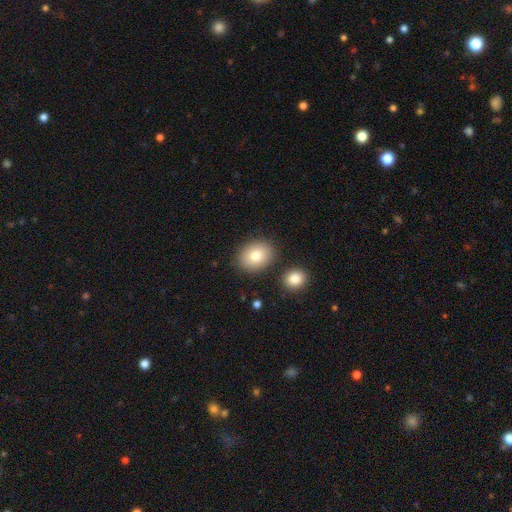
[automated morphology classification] type=smooth (81%); roundness=in between (55%); merging=none (82%).